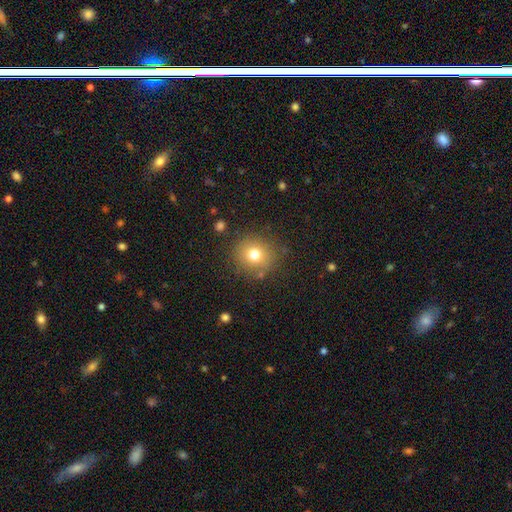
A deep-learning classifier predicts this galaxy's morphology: A smooth galaxy with no disk features (73%) that is round (87%).

Vote fractions:
- Smooth or featured? smooth: 73% / star or artifact: 16% / featured or disk: 11%
- How rounded? round: 87% / in between: 12% / cigar-shaped: 1%
- Merging? none: 87% / minor disturbance: 8% / major disturbance: 3% / merger: 2%